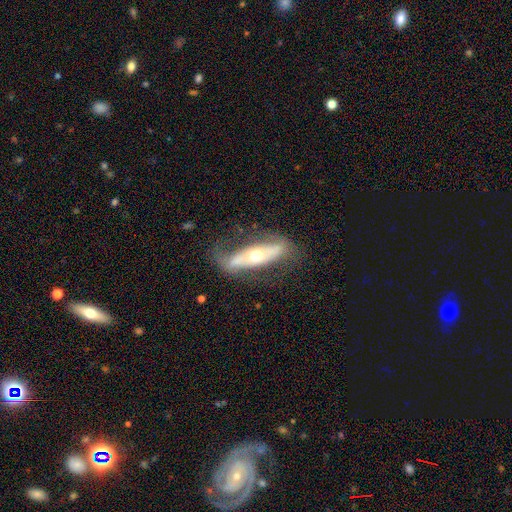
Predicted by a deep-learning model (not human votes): A featured or disk galaxy (65%).

Vote fractions:
- Smooth or featured? featured or disk: 65% / smooth: 29% / star or artifact: 6%
- Edge-on disk? no: 64% / yes: 36%
- Merging? none: 60% / minor disturbance: 21% / major disturbance: 16% / merger: 3%